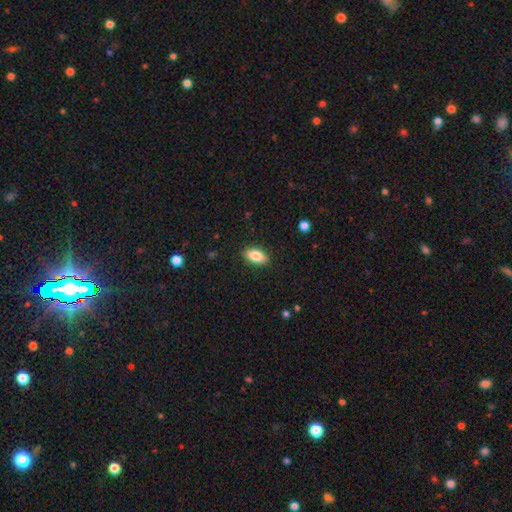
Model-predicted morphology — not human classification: Smooth or featured?
  - smooth: 83% *
  - featured or disk: 10%
  - star or artifact: 7%
How rounded?
  - in between: 90% *
  - cigar-shaped: 5%
  - round: 4%
Merging?
  - none: 88% *
  - minor disturbance: 9%
  - major disturbance: 2%
  - merger: 1%